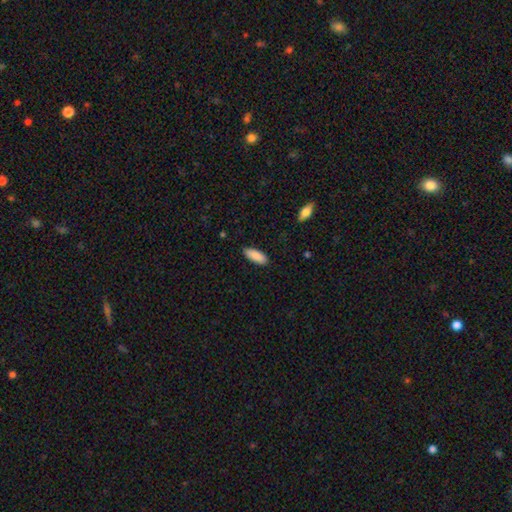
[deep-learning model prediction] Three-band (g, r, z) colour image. It shows a smooth galaxy with no disk features (90%) that is in between round and cigar-shaped (76%). Merging: none (88%).